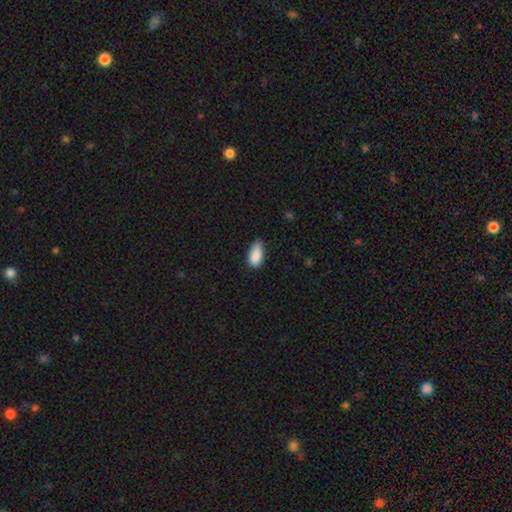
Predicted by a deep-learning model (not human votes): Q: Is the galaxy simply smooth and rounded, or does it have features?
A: smooth — 87%.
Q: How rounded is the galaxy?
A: in between — 90%.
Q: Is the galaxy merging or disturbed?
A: none — 61%.